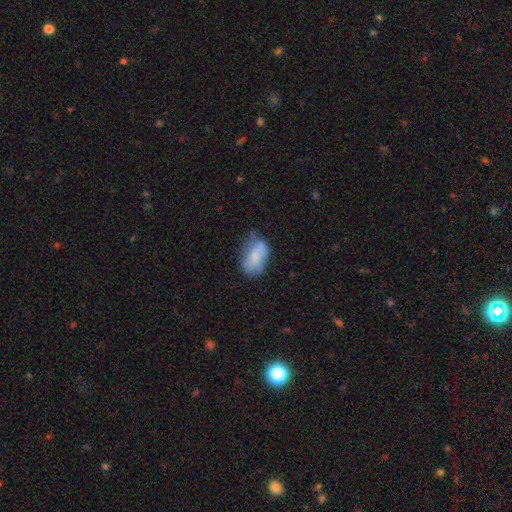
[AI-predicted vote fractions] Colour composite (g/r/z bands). It shows a smooth galaxy with no disk features (69%) that is in between round and cigar-shaped (90%). Merging: none (42%).